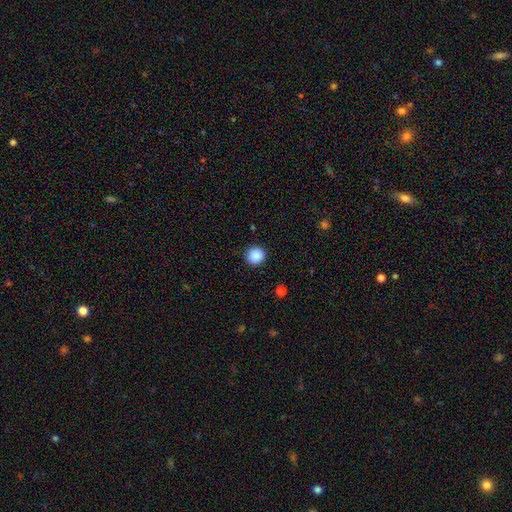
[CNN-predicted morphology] smooth_or_featured: smooth (p=0.88) [alt: star or artifact p=0.09]
how_rounded: round (p=0.95) [alt: in between p=0.04]
merging: none (p=0.92) [alt: minor disturbance p=0.05]